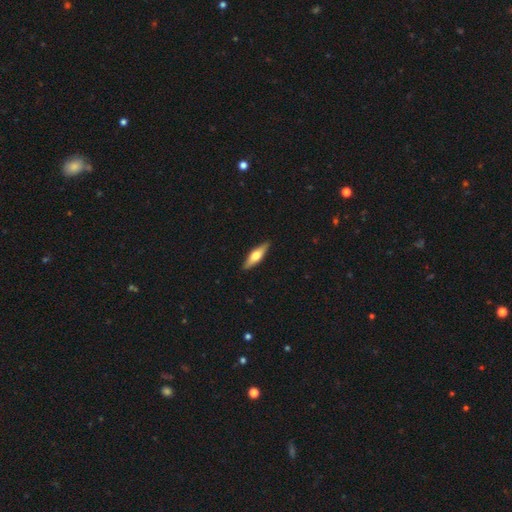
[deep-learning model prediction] Overall: featured or disk (48%; smooth 47%). Merging: none (90%).